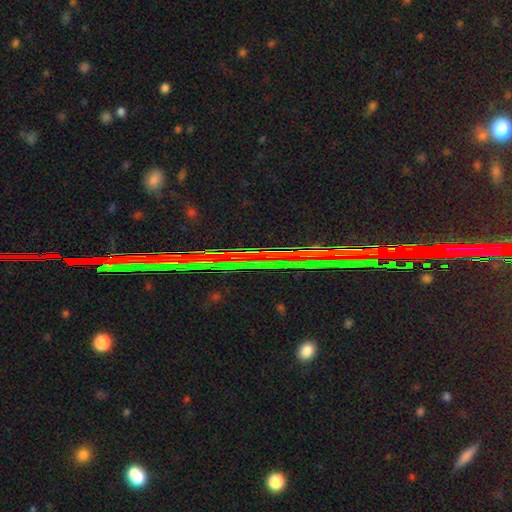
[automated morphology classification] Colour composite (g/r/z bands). It shows a star or artifact, not a galaxy (84%).